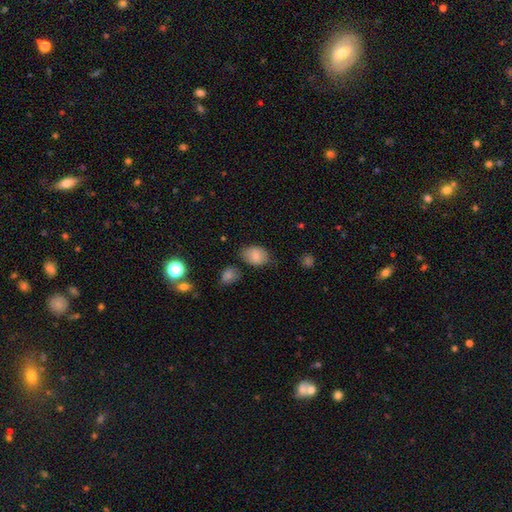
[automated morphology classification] Smooth or featured?
  - smooth: 79% *
  - featured or disk: 12%
  - star or artifact: 9%
How rounded?
  - in between: 73% *
  - round: 26%
  - cigar-shaped: 1%
Merging?
  - none: 71% *
  - minor disturbance: 20%
  - major disturbance: 5%
  - merger: 4%